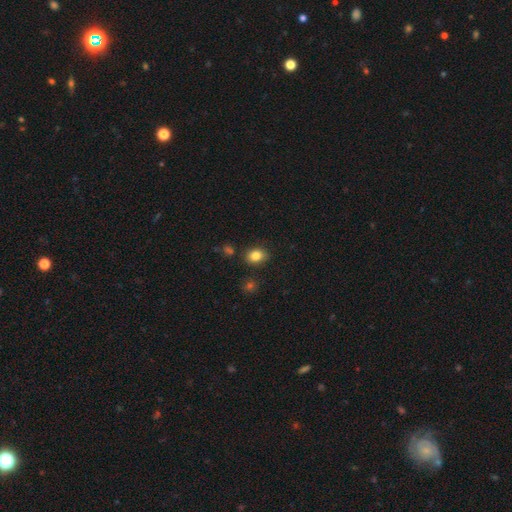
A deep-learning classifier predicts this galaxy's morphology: smooth_or_featured: smooth (p=0.84) [alt: star or artifact p=0.10]
how_rounded: in between (p=0.65) [alt: round p=0.34]
merging: none (p=0.84) [alt: minor disturbance p=0.10]